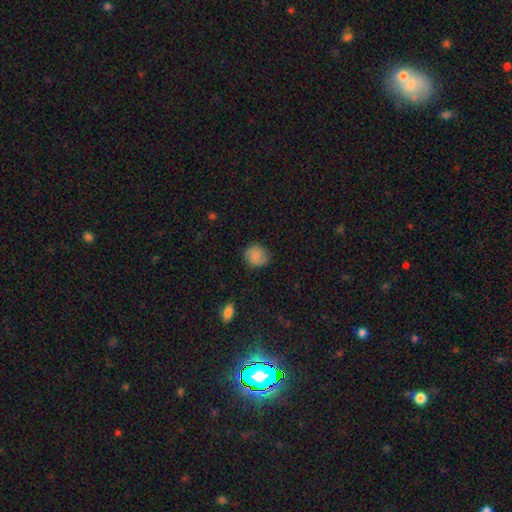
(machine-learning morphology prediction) smooth_or_featured: smooth (p=0.72) [alt: featured or disk p=0.19]
how_rounded: round (p=0.75) [alt: in between p=0.24]
merging: none (p=0.76) [alt: minor disturbance p=0.17]